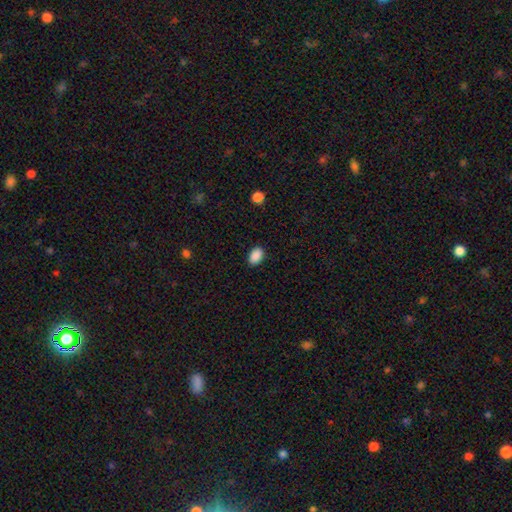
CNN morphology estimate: smooth 89%, star or artifact 8%, featured or disk 2%. Down the decision tree: how rounded — in between (87%); merging — none (88%).